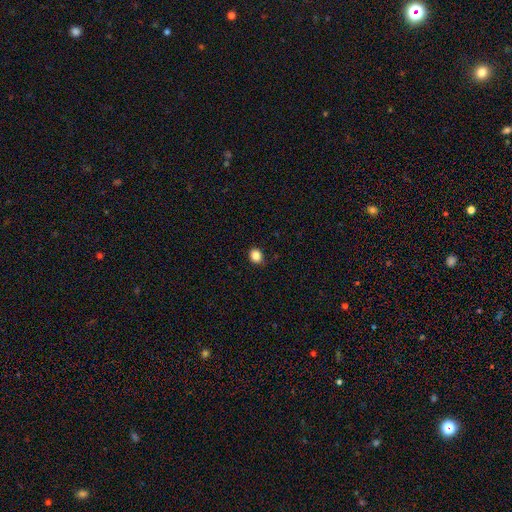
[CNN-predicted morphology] type=smooth (86%); roundness=round (63%); merging=none (87%).